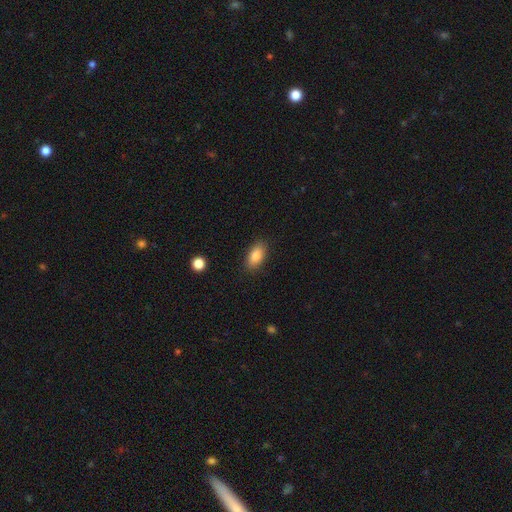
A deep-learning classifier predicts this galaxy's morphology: The model was most divided on "smooth or featured": smooth: 85%, star or artifact: 8%, featured or disk: 7%. More confident: how rounded — in between (90%); merging — none (87%).